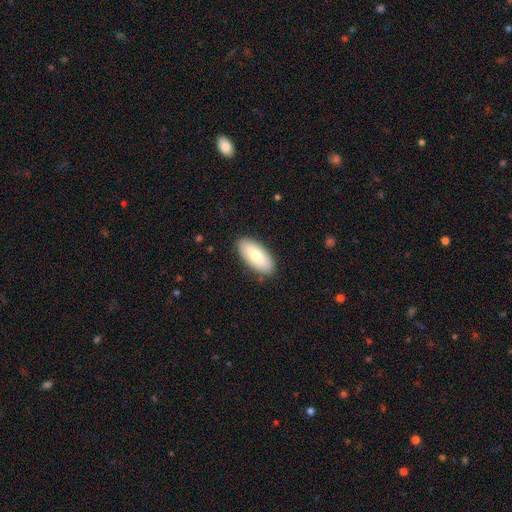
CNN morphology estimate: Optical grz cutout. It shows a smooth galaxy with no disk features (75%) that is in between round and cigar-shaped (90%). Merging: none (87%).